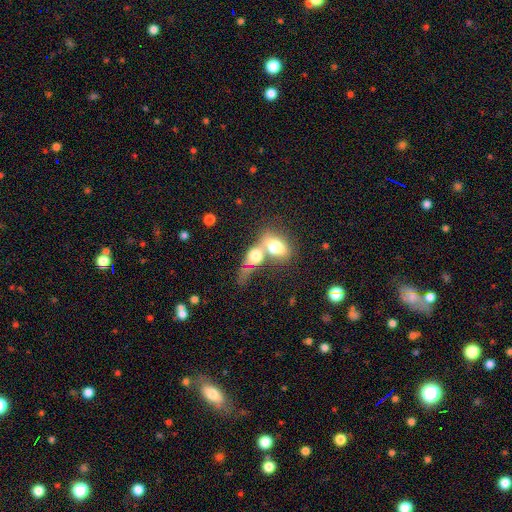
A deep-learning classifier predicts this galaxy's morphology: This is likely a smooth galaxy (64%). How rounded: likely in between (68%). Merging: likely merger (73%).